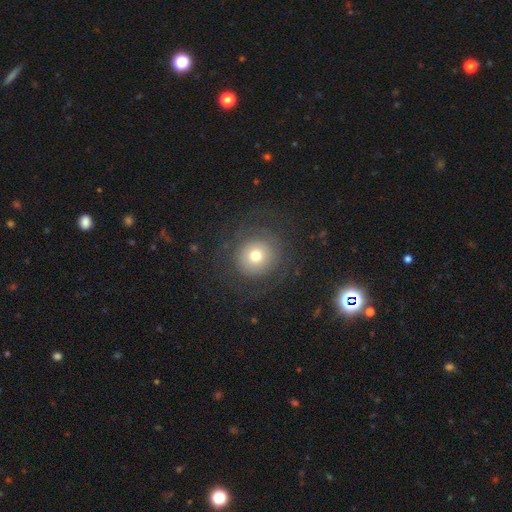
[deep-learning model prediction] Smooth or featured? smooth (56%)
How rounded? round (91%)
Merging? none (78%)